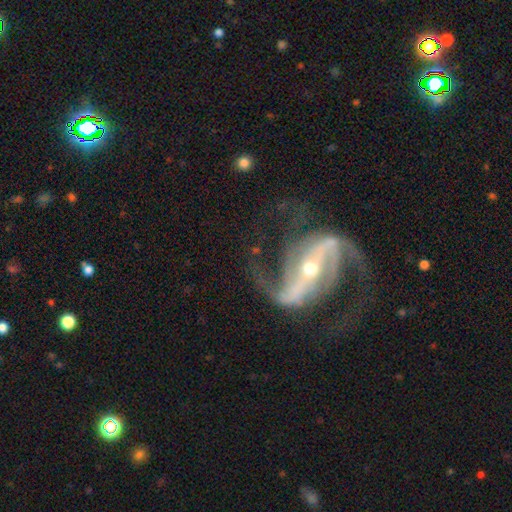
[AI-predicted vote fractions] Smooth or featured: featured or disk — 93% (star or artifact — 5%)
Edge-on disk: no — 97% (yes — 3%)
Bar: strong — 70% (weak — 19%)
Spiral arms: yes — 98% (no — 2%)
Spiral winding: medium — 45% (loose — 43%)
Spiral arm count: 2 — 93% (3 — 2%)
Bulge size: small — 60% (moderate — 36%)
Merging: none — 74% (minor disturbance — 13%)